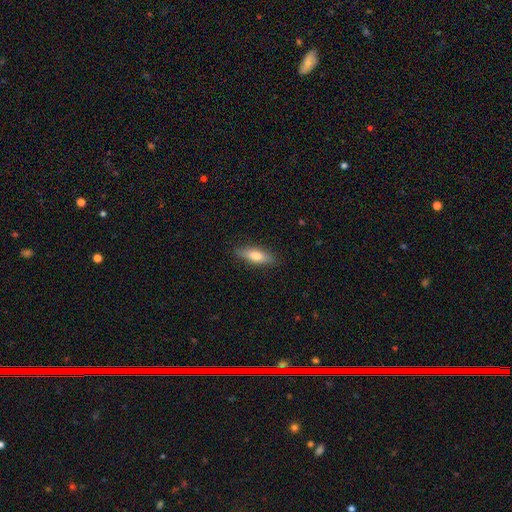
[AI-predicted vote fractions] Q: Smooth or featured?
A: smooth (70%); runner-up: featured or disk (24%)
Q: How rounded?
A: cigar-shaped (50%); runner-up: in between (48%)
Q: Merging?
A: none (86%); runner-up: minor disturbance (11%)